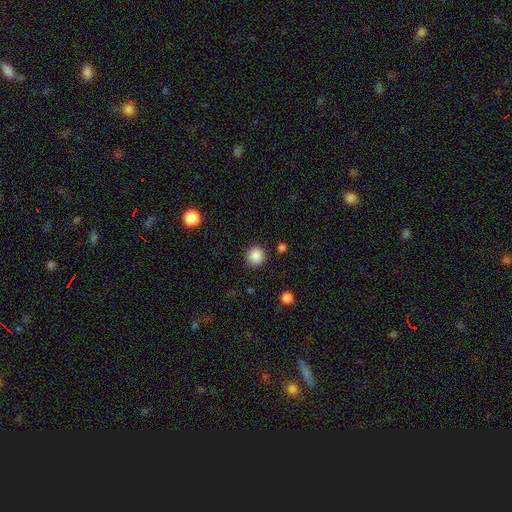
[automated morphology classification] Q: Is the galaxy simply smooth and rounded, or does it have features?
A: smooth — 87%.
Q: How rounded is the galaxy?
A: round — 91%.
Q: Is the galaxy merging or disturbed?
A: none — 89%.